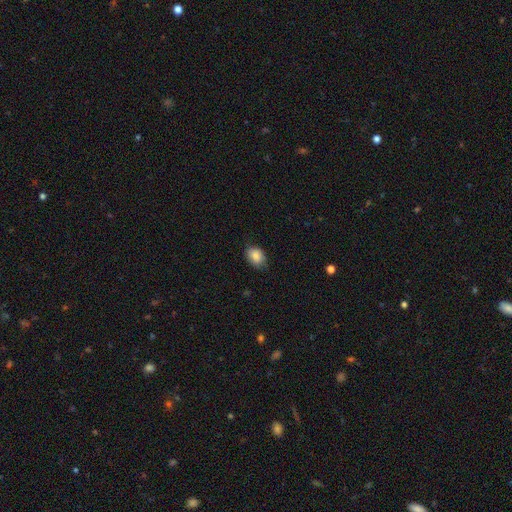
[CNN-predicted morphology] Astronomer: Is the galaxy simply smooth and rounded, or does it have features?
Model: smooth — 84%.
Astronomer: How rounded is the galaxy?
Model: in between — 65%.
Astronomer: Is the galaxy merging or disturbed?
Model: none — 77%.